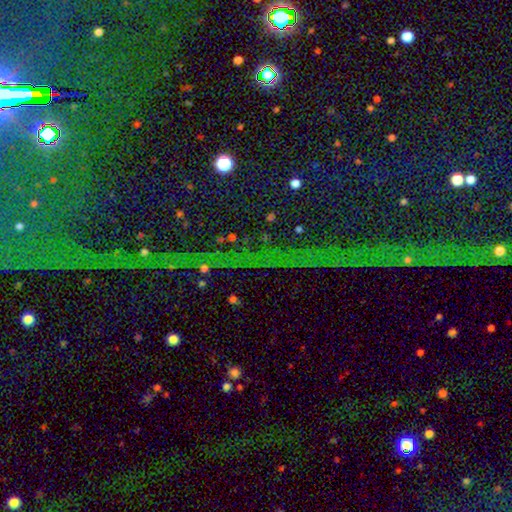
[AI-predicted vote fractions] star or artifact 81%, featured or disk 11%, smooth 8%.